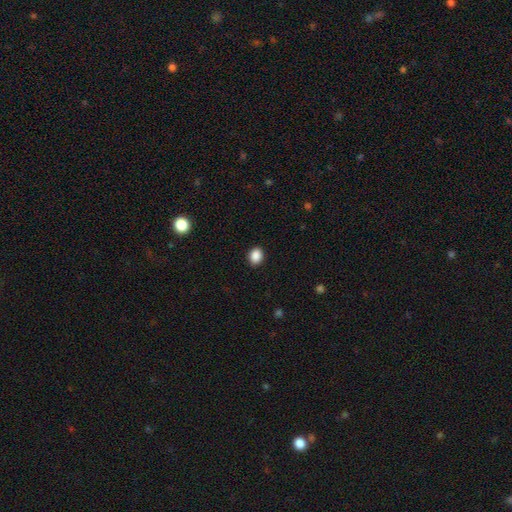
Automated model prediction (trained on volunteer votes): smooth-or-featured: smooth: 88% | star or artifact: 9% | featured or disk: 3%
  how-rounded: round: 53% | in between: 47% | cigar-shaped: 1%
  merging: none: 90% | minor disturbance: 7% | major disturbance: 2% | merger: 1%